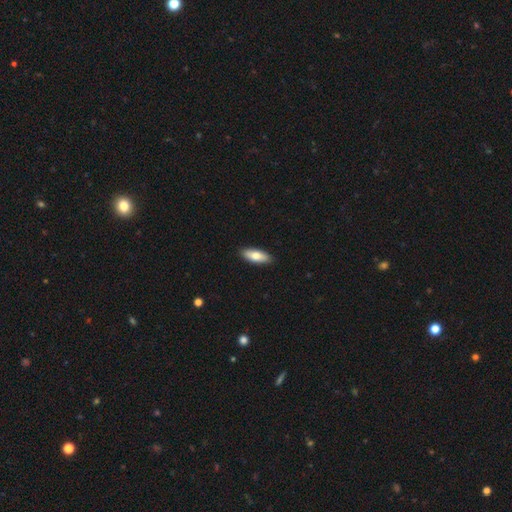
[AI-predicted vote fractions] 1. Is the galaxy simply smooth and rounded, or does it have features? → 76% smooth, 19% featured or disk, 6% star or artifact.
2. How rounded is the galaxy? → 69% in between, 28% cigar-shaped, 2% round.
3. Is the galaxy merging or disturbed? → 90% none, 7% minor disturbance, 1% major disturbance, 1% merger.